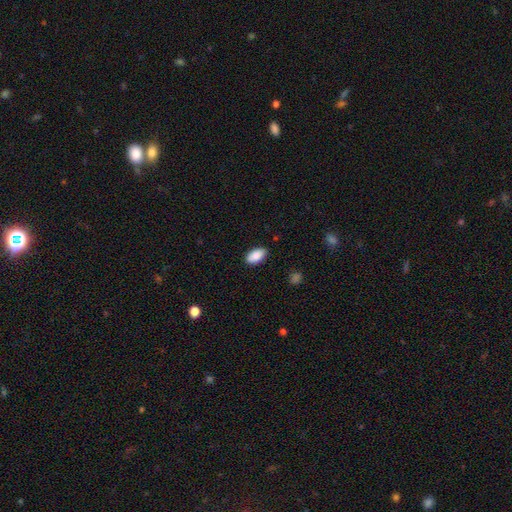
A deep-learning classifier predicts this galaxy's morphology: A smooth galaxy with no disk features (89%) that is in between round and cigar-shaped (94%). Merging: none (86%).